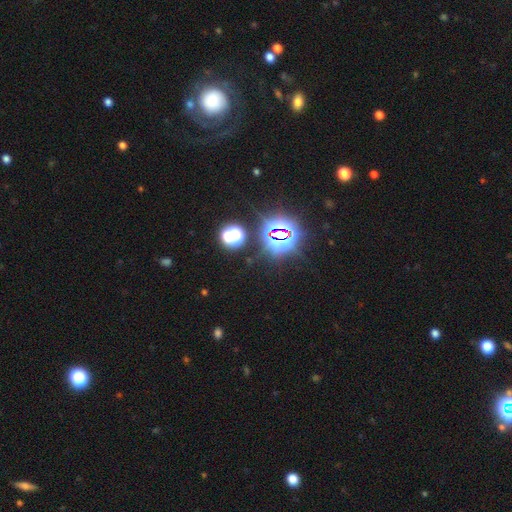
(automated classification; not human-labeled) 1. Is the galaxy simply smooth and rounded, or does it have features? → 79% star or artifact, 15% smooth, 6% featured or disk.